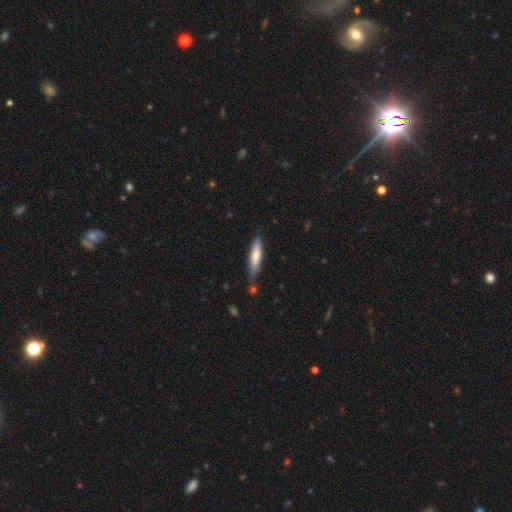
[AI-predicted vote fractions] This appears to be a smooth galaxy with no disk features (75%) that is cigar-shaped (81%). Merging: none (72%).